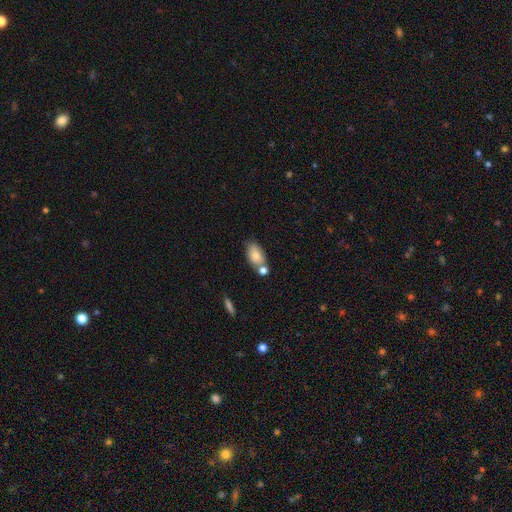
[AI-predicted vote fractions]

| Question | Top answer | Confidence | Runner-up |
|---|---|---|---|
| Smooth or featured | smooth | 80% | featured or disk (12%) |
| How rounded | in between | 90% | round (6%) |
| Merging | none | 52% | merger (28%) |